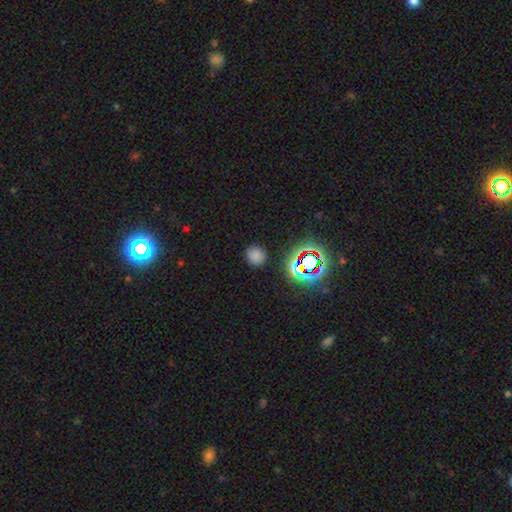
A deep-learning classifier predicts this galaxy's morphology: Overall: smooth (72%). How rounded: round (90%). Merging: none (88%).